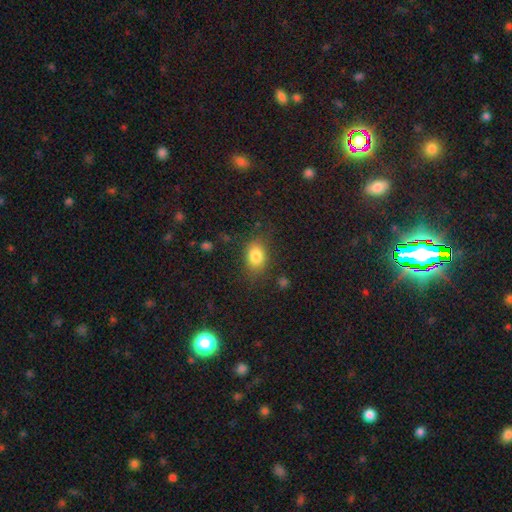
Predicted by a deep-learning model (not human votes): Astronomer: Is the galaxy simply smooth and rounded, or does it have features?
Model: smooth — 82%.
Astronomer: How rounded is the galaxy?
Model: in between — 71%.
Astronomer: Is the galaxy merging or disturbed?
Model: none — 76%.